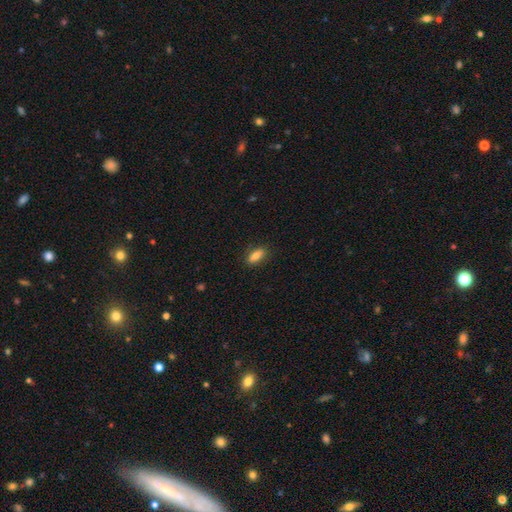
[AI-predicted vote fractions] Smooth or featured? Predicted: smooth (p=0.83). How rounded? Predicted: in between (p=0.77). Merging? Predicted: none (p=0.84).